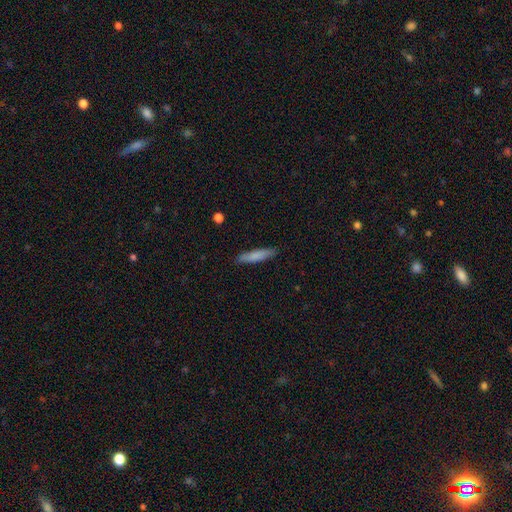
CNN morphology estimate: Smooth or featured? Predicted: smooth (p=0.81). How rounded? Predicted: cigar-shaped (p=0.82). Merging? Predicted: none (p=0.87).